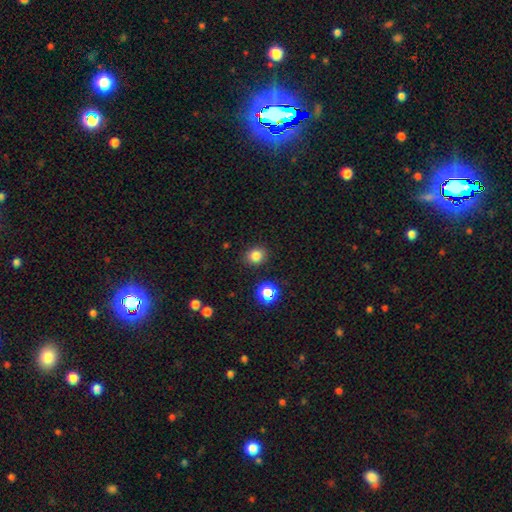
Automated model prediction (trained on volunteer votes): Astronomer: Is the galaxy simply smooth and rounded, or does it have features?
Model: smooth — 82%.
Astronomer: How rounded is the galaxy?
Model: round — 75%.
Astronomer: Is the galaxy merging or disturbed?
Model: none — 88%.